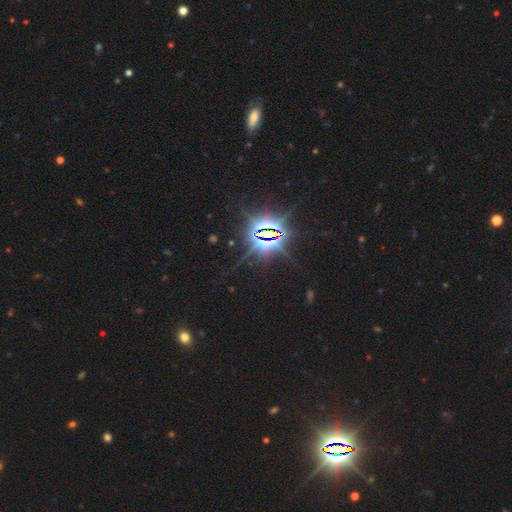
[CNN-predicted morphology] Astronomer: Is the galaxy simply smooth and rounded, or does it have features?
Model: star or artifact — 84%.